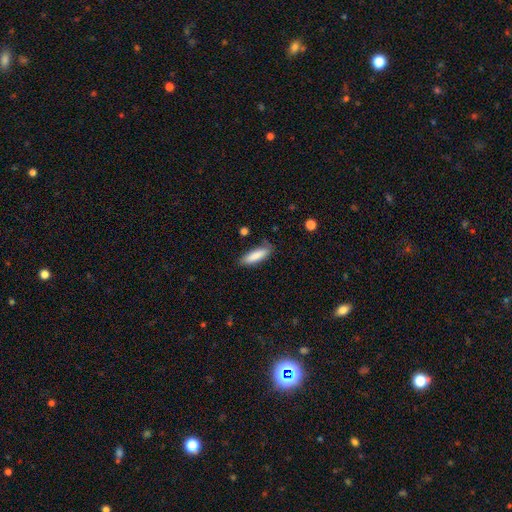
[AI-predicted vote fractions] Overall: smooth (86%). How rounded: cigar-shaped (53%; in between 46%). Merging: none (77%).